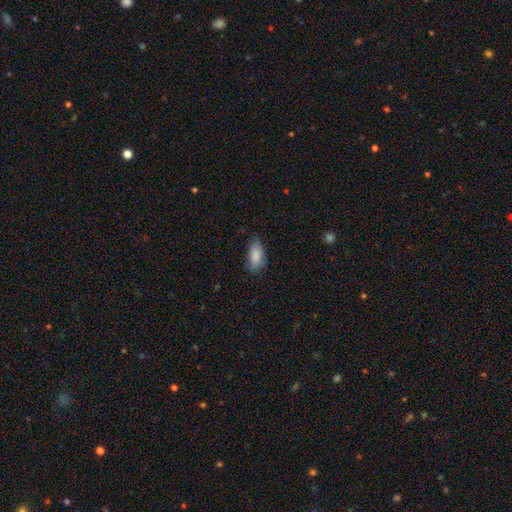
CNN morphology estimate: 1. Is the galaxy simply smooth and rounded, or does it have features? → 85% smooth, 8% featured or disk, 7% star or artifact.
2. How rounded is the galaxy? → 91% in between, 6% cigar-shaped, 3% round.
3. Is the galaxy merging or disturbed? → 64% none, 29% minor disturbance, 6% major disturbance, 1% merger.